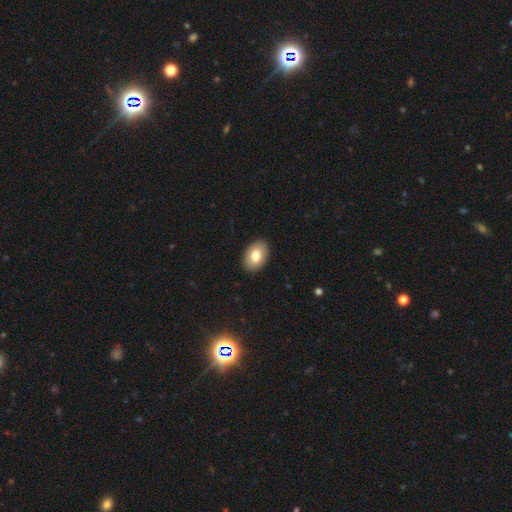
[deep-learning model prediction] Smooth or featured: smooth — 79% (featured or disk — 14%)
How rounded: in between — 87% (round — 12%)
Merging: none — 90% (minor disturbance — 7%)